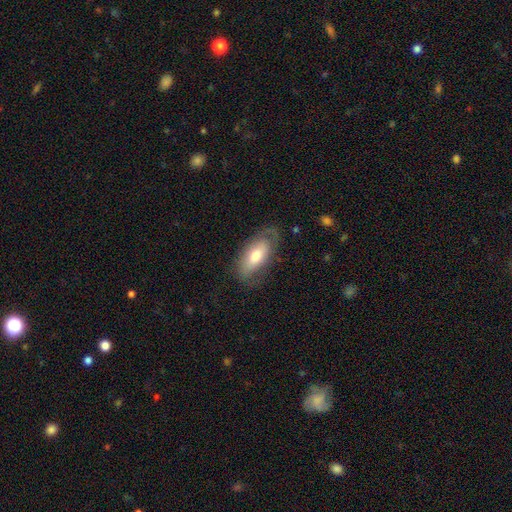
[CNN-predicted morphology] The model was most divided on "smooth or featured": smooth: 57%, featured or disk: 37%, star or artifact: 6%. More confident: how rounded — in between (88%); merging — none (65%).